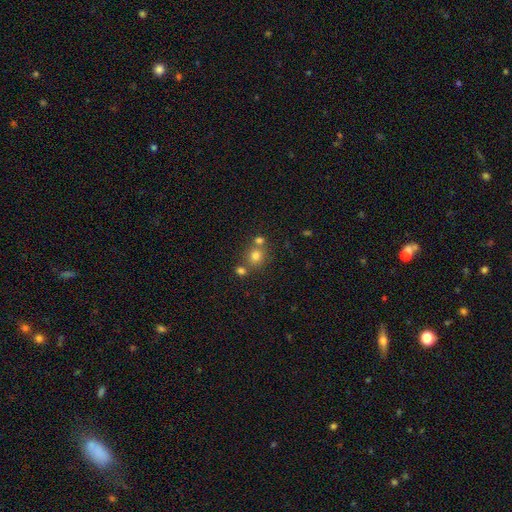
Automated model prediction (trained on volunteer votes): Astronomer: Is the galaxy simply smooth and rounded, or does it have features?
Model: smooth — 76%.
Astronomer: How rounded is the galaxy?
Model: round — 84%.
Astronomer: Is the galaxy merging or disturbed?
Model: none — 60%.